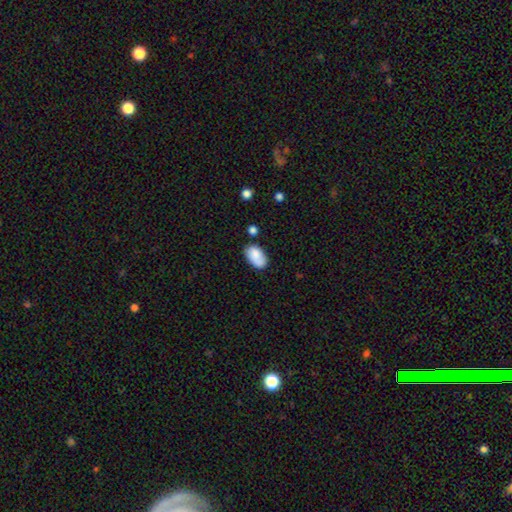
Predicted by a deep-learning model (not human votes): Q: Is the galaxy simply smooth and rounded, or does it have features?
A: smooth — 82%.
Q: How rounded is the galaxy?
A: in between — 92%.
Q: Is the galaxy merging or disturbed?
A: none — 64%.